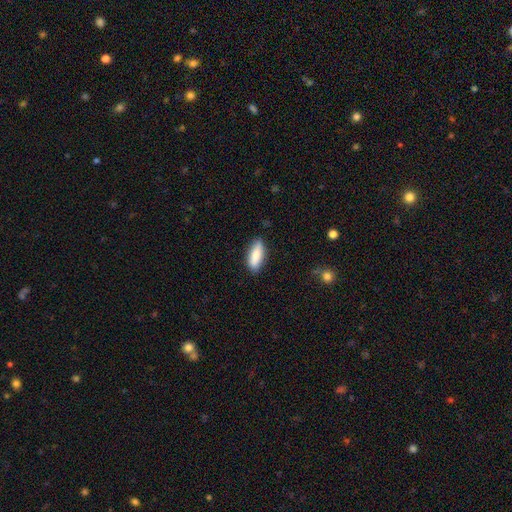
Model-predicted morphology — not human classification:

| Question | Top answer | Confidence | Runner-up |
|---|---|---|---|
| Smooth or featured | smooth | 82% | featured or disk (13%) |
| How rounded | in between | 68% | cigar-shaped (30%) |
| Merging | none | 84% | minor disturbance (13%) |